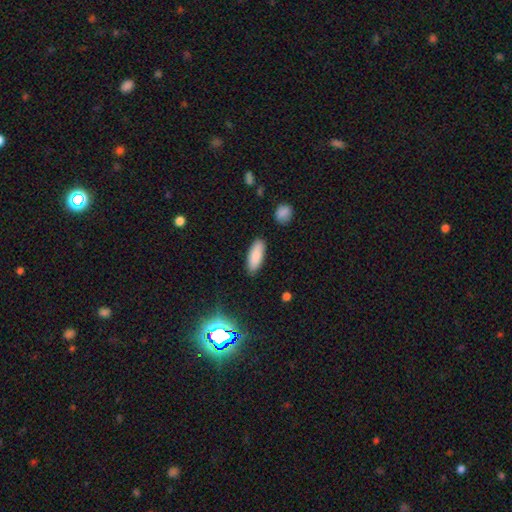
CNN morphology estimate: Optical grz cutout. It shows a smooth galaxy with no disk features (86%) that is in between round and cigar-shaped (70%). Merging: none (88%).